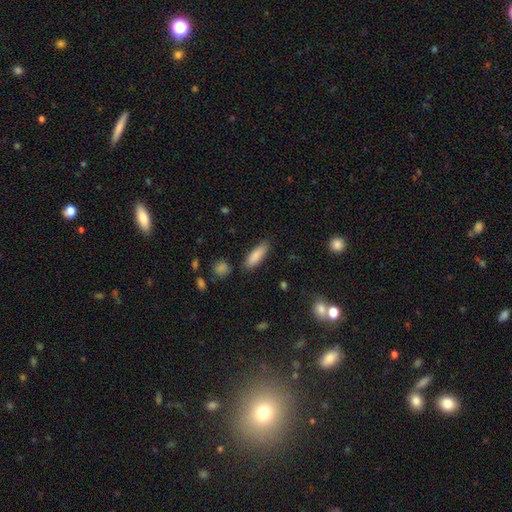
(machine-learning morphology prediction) smooth_or_featured: smooth (p=0.85) [alt: featured or disk p=0.08]
how_rounded: in between (p=0.55) [alt: cigar-shaped p=0.43]
merging: none (p=0.83) [alt: minor disturbance p=0.12]